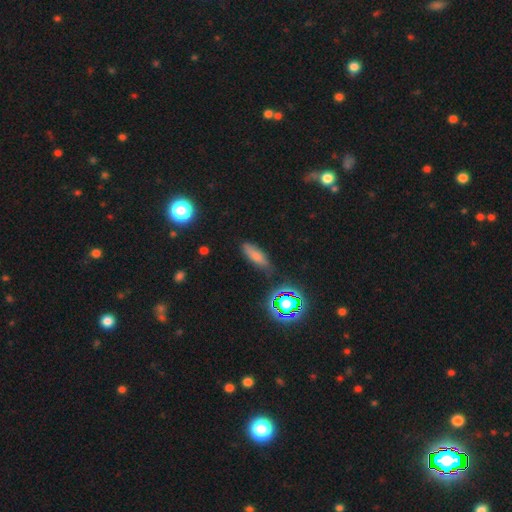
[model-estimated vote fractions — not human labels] Smooth or featured?
  - smooth: 70% *
  - star or artifact: 17%
  - featured or disk: 13%
How rounded?
  - in between: 54% *
  - cigar-shaped: 42%
  - round: 4%
Merging?
  - none: 73% *
  - minor disturbance: 19%
  - major disturbance: 5%
  - merger: 3%